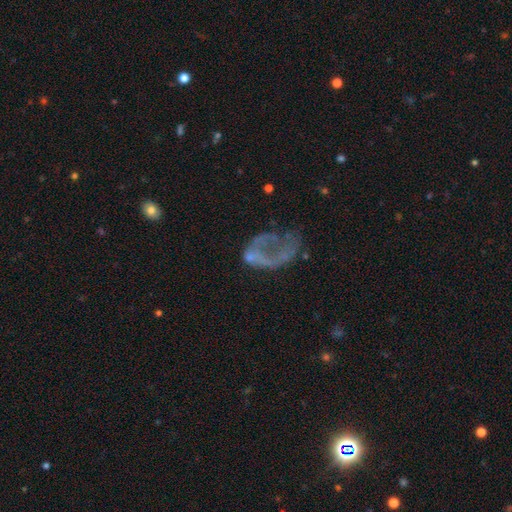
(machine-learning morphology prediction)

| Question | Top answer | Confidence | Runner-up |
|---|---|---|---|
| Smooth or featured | featured or disk | 54% | smooth (32%) |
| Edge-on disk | no | 97% | yes (3%) |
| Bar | no | 91% | weak (7%) |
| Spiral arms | no | 86% | yes (14%) |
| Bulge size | none | 72% | small (15%) |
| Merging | major disturbance | 54% | none (22%) |